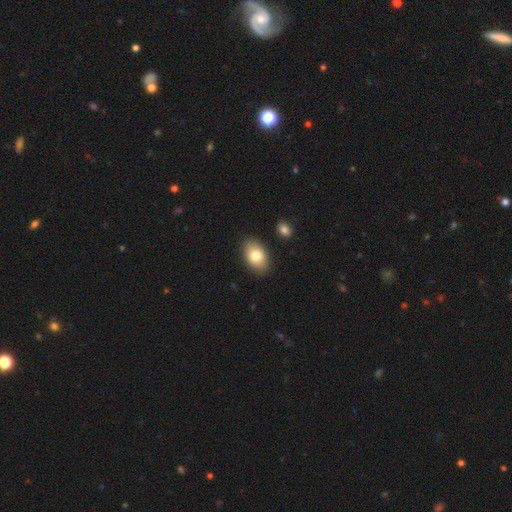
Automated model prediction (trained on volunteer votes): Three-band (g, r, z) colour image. It shows a smooth galaxy with no disk features (80%) that is in between round and cigar-shaped (89%). Merging: none (87%).